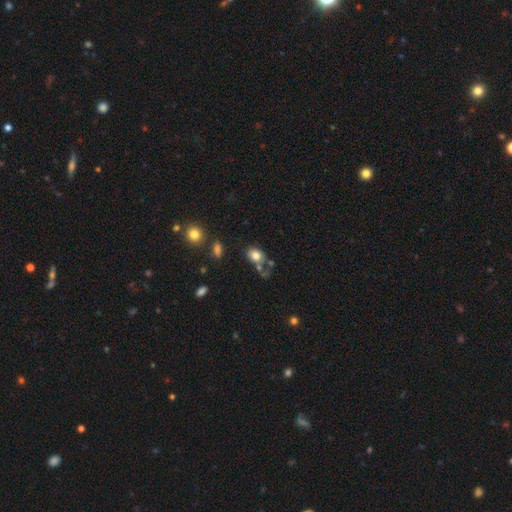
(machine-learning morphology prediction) Smooth or featured? smooth (79%)
How rounded? in between (63%)
Merging? none (56%)